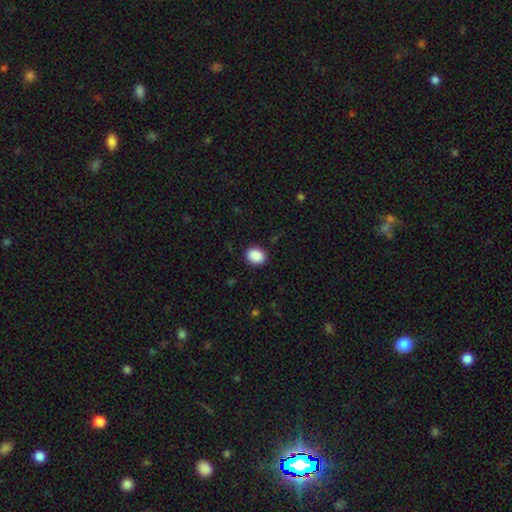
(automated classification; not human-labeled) A smooth galaxy with no disk features (90%) that is in between round and cigar-shaped (57%).

Vote fractions:
- Smooth or featured? smooth: 90% / star or artifact: 7% / featured or disk: 2%
- How rounded? in between: 57% / round: 42% / cigar-shaped: 1%
- Merging? none: 90% / minor disturbance: 7% / major disturbance: 2% / merger: 1%